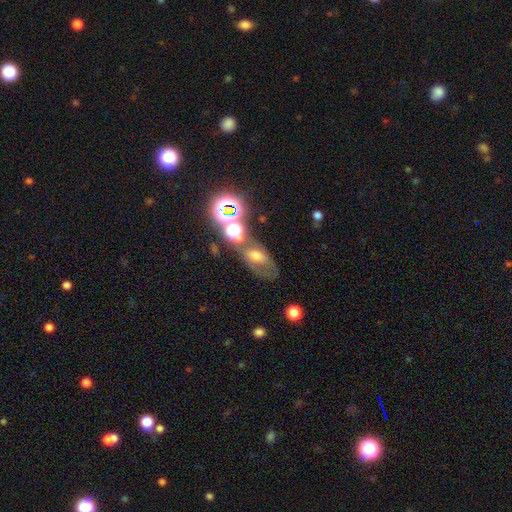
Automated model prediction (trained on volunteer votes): This appears to be a smooth galaxy with no disk features (43%). Merging: none (44%).